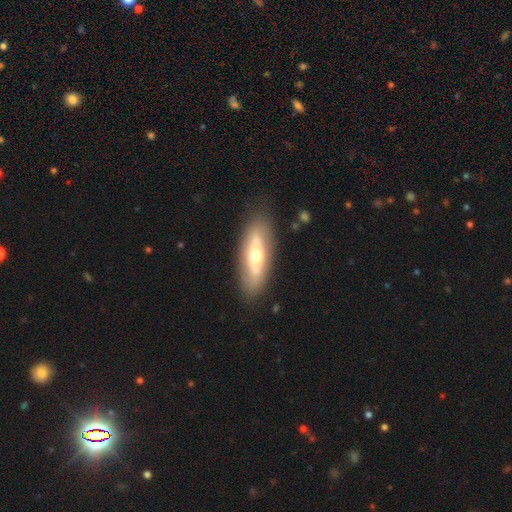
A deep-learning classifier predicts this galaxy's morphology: Overall: featured or disk (52%; smooth 42%). Edge-on disk: no (64%; yes 36%). Merging: none (82%).